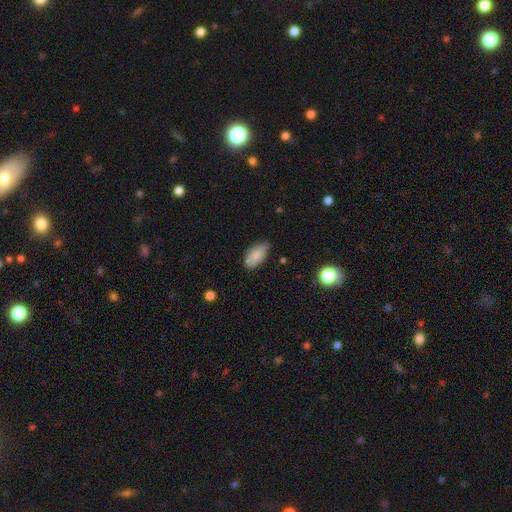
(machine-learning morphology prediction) smooth 86%, featured or disk 7%, star or artifact 7%. Down the decision tree: how rounded — in between (93%); merging — none (71%).